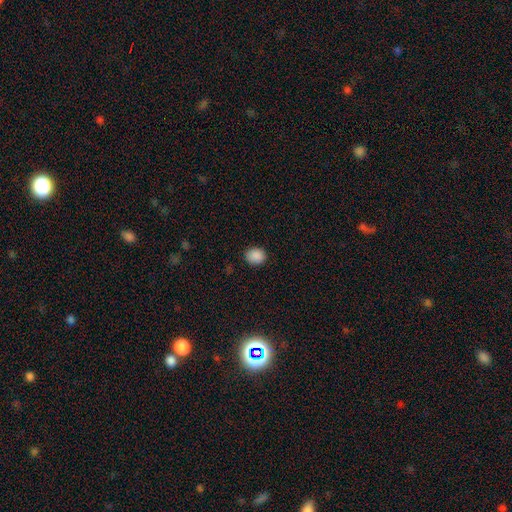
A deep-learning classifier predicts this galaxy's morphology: Smooth or featured: smooth — 88% (star or artifact — 9%)
How rounded: round — 62% (in between — 37%)
Merging: none — 88% (minor disturbance — 9%)